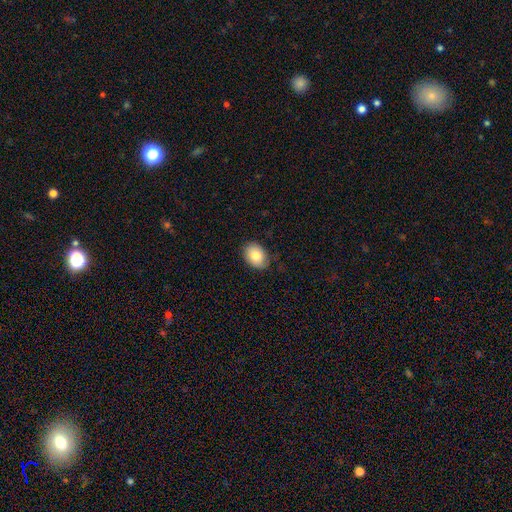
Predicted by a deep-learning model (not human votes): Smooth or featured? smooth (82%)
How rounded? in between (69%)
Merging? none (82%)